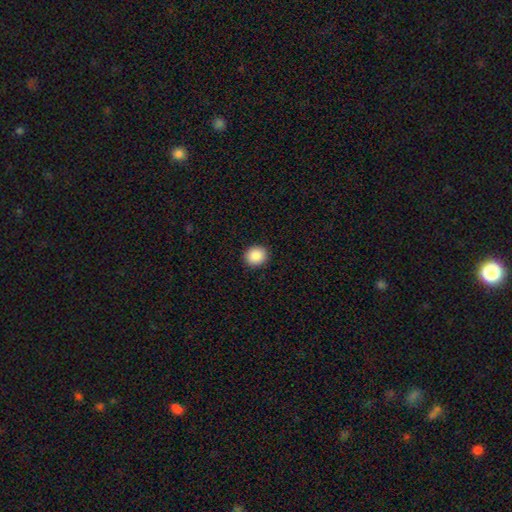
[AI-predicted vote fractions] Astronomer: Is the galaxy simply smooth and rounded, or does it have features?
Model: smooth — 89%.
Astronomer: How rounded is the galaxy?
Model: round — 78%.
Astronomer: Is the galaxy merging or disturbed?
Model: none — 92%.